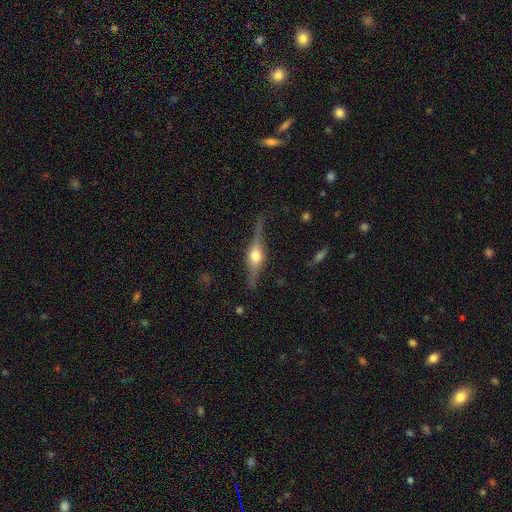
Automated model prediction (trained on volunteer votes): smooth-or-featured: featured or disk: 78% | smooth: 15% | star or artifact: 6%
  disk-edge-on: yes: 96% | no: 4%
    edge-on-bulge: rounded: 94% | boxy: 4% | none: 2%
  merging: none: 83% | minor disturbance: 12% | major disturbance: 3% | merger: 1%